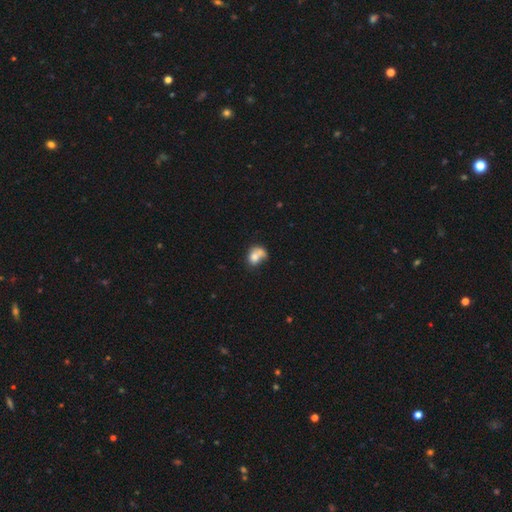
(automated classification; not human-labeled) Smooth or featured? Predicted: smooth (p=0.70). How rounded? Predicted: in between (p=0.53). Merging? Predicted: merger (p=0.55).